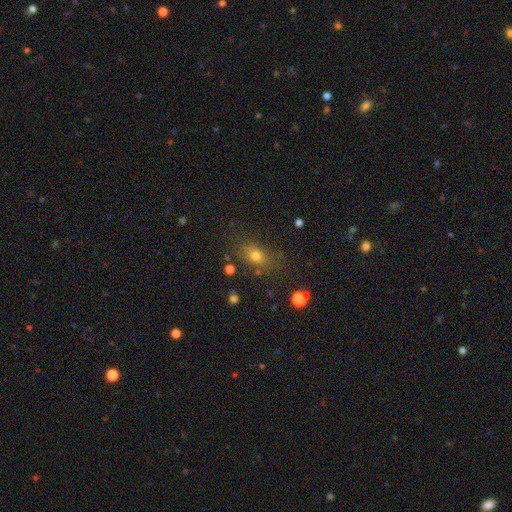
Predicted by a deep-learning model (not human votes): Smooth or featured?
  - smooth: 65% *
  - star or artifact: 23%
  - featured or disk: 12%
How rounded?
  - in between: 60% *
  - round: 36%
  - cigar-shaped: 4%
Merging?
  - none: 77% *
  - minor disturbance: 14%
  - major disturbance: 5%
  - merger: 3%